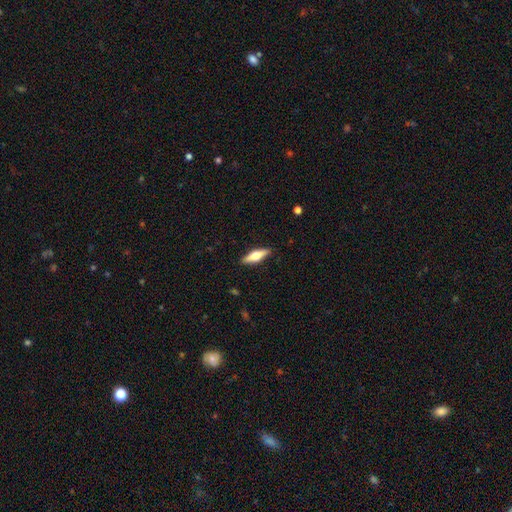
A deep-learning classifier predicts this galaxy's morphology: smooth_or_featured: featured or disk (p=0.50) [alt: smooth p=0.44]
disk_edge_on: yes (p=0.94) [alt: no p=0.06]
merging: none (p=0.89) [alt: minor disturbance p=0.08]